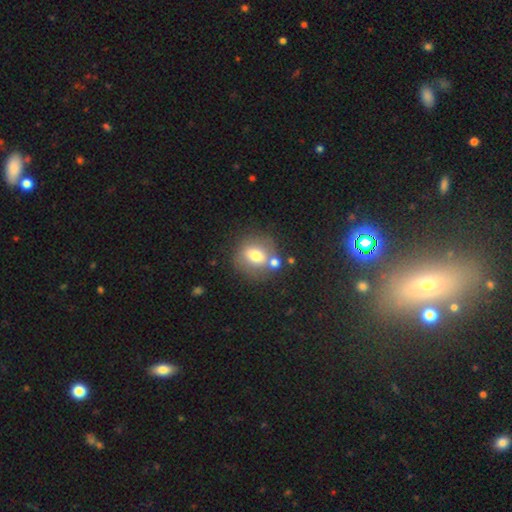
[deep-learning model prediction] Smooth or featured?
  - smooth: 69% *
  - featured or disk: 20%
  - star or artifact: 10%
How rounded?
  - round: 73% *
  - in between: 26%
  - cigar-shaped: 1%
Merging?
  - none: 61% *
  - merger: 21%
  - minor disturbance: 13%
  - major disturbance: 5%